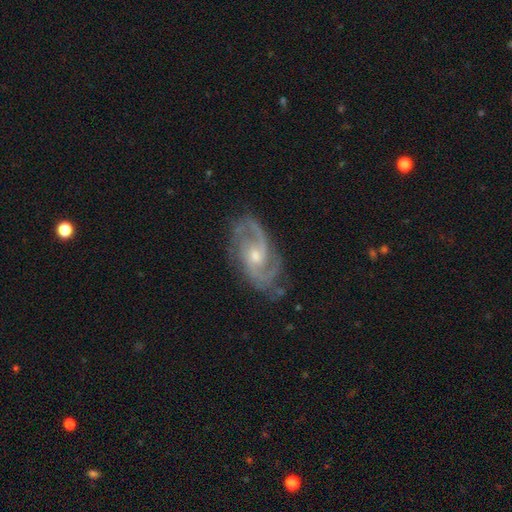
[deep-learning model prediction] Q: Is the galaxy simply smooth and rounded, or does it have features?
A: featured or disk — 90%.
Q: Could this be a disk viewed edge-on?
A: no — 97%.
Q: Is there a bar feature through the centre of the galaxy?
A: no — 55%.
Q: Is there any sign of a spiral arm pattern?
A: yes — 98%.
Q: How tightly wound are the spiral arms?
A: medium — 53%.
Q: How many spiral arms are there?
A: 2 — 68%.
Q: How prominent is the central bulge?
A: small — 49%.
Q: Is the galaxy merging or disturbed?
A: none — 74%.